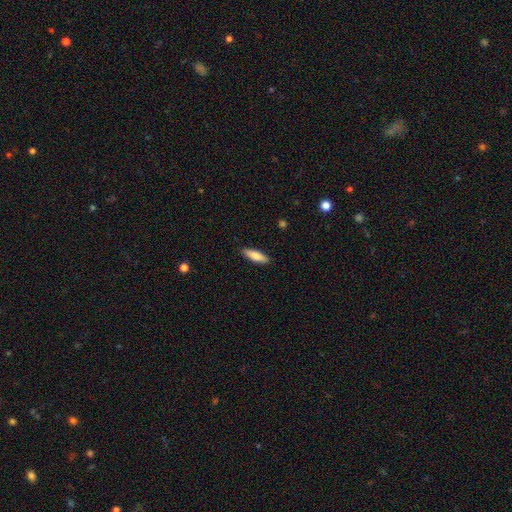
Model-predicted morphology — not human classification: Smooth or featured: smooth — 79% (featured or disk — 15%)
How rounded: cigar-shaped — 53% (in between — 45%)
Merging: none — 90% (minor disturbance — 8%)